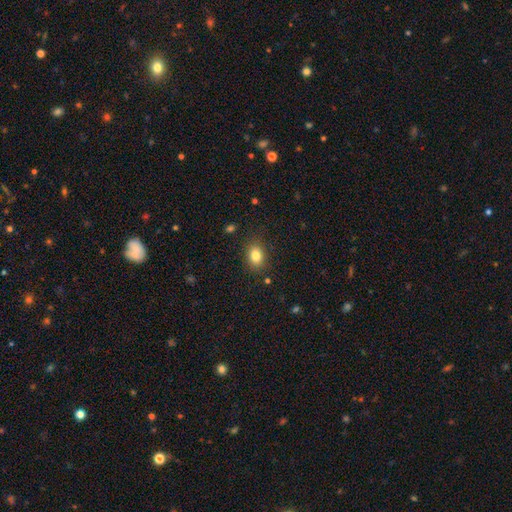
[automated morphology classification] A smooth galaxy with no disk features (83%) that is in between round and cigar-shaped (67%).

Vote fractions:
- Smooth or featured? smooth: 83% / star or artifact: 10% / featured or disk: 7%
- How rounded? in between: 67% / round: 32% / cigar-shaped: 1%
- Merging? none: 85% / minor disturbance: 11% / major disturbance: 3% / merger: 2%